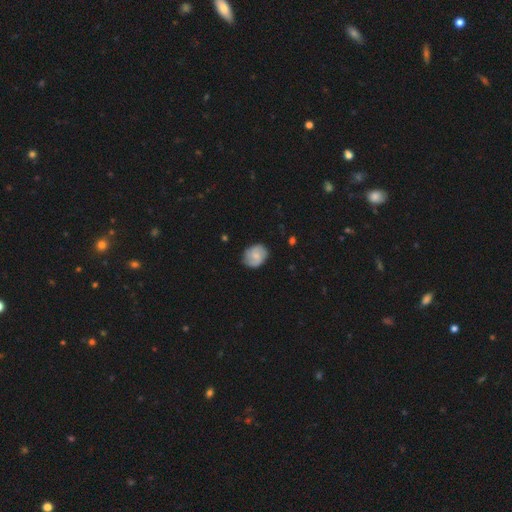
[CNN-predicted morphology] smooth-or-featured: smooth: 50% | featured or disk: 43% | star or artifact: 7%
  merging: none: 80% | minor disturbance: 16% | major disturbance: 3% | merger: 1%